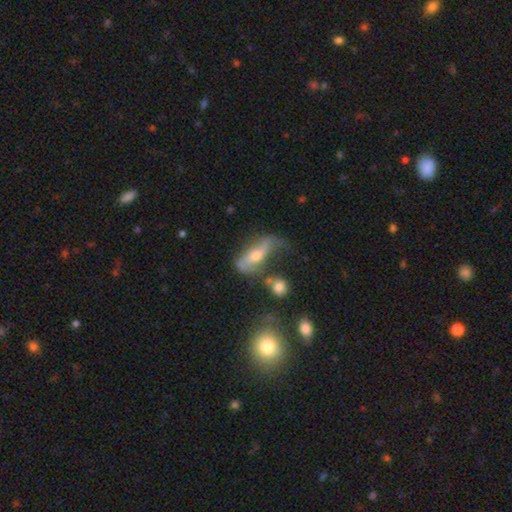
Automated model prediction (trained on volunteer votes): Q: Smooth or featured?
A: featured or disk (62%); runner-up: smooth (30%)
Q: Edge-on disk?
A: no (71%); runner-up: yes (29%)
Q: Merging?
A: none (38%); runner-up: minor disturbance (27%)